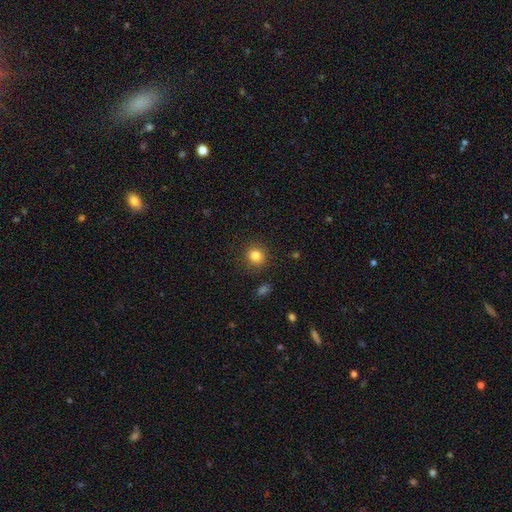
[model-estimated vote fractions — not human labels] Overall: smooth (83%). How rounded: round (88%). Merging: none (88%).